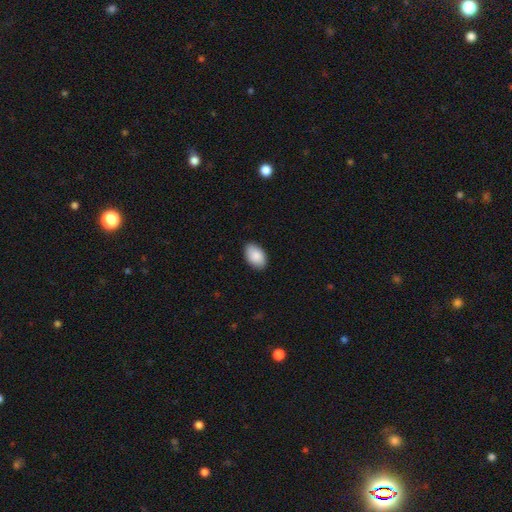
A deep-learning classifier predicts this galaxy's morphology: Smooth or featured: smooth — 89% (star or artifact — 6%)
How rounded: in between — 93% (round — 6%)
Merging: none — 88% (minor disturbance — 10%)